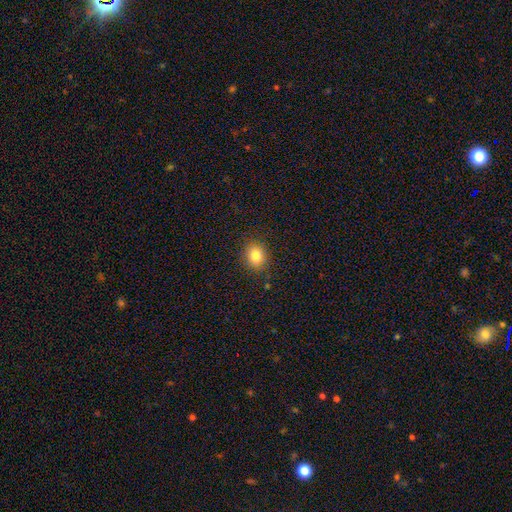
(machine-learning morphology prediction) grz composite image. It shows a smooth galaxy with no disk features (83%) that is round (56%). Merging: none (88%).